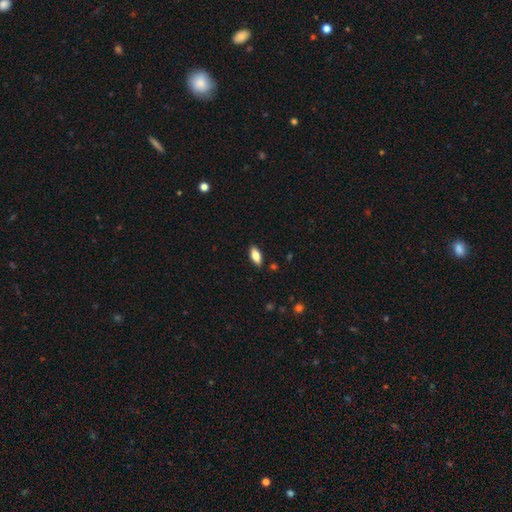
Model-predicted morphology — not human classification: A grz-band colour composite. It shows a smooth galaxy with no disk features (74%) that is in between round and cigar-shaped (81%). Merging: none (87%).